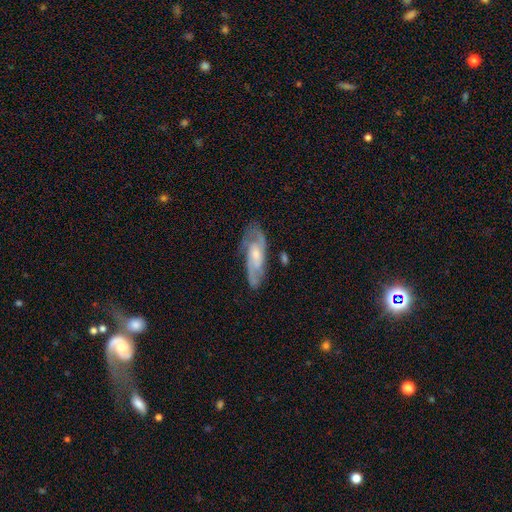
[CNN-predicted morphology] Smooth or featured? Predicted: featured or disk (p=0.78). Edge-on disk? Predicted: no (p=0.89). Bar? Predicted: no (p=0.53). Spiral arms? Predicted: yes (p=0.93). Spiral winding? Predicted: medium (p=0.47). Spiral arm count? Predicted: 2 (p=0.56). Bulge size? Predicted: small (p=0.45). Merging? Predicted: none (p=0.73).